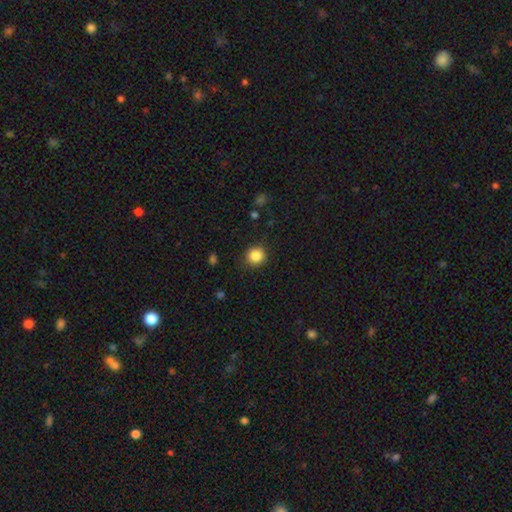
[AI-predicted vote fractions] A smooth galaxy with no disk features (86%) that is round (90%). Merging: none (89%).